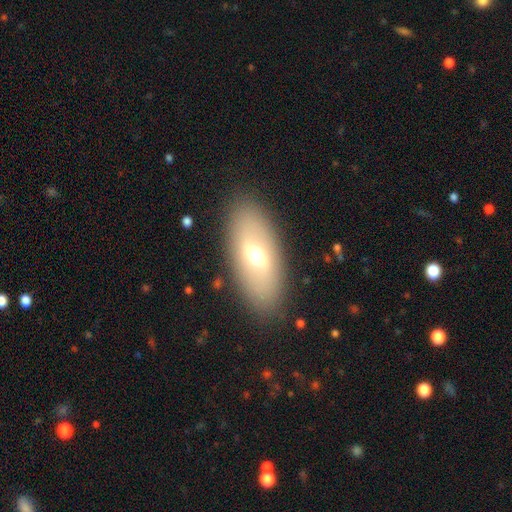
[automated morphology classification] A smooth galaxy with no disk features (54%) that is in between round and cigar-shaped (86%). Merging: none (87%).